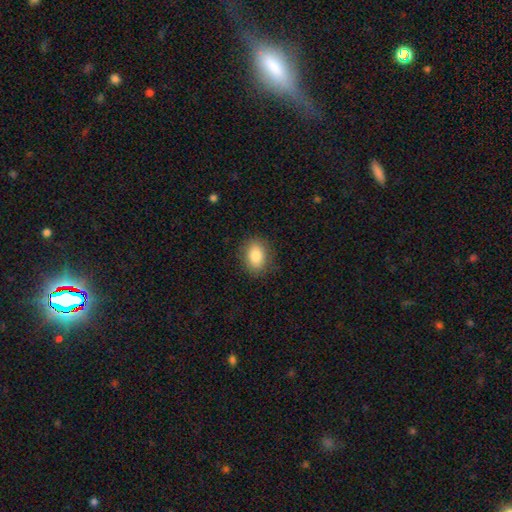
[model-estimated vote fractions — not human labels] This appears to be a smooth galaxy with no disk features (85%) that is in between round and cigar-shaped (73%). Merging: none (86%).